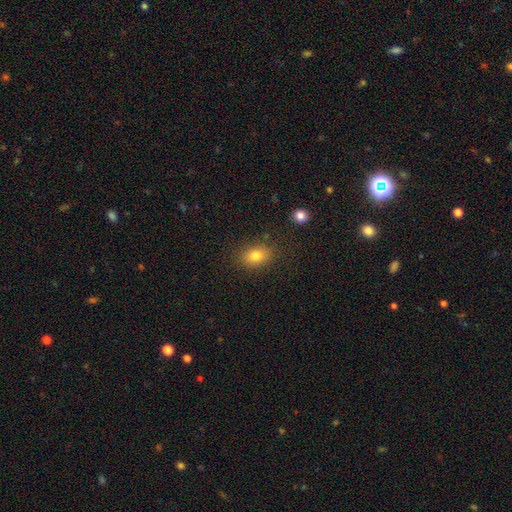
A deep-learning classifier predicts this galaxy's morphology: smooth-or-featured: smooth: 80% | star or artifact: 11% | featured or disk: 9%
  how-rounded: in between: 72% | round: 27% | cigar-shaped: 1%
  merging: none: 83% | minor disturbance: 11% | major disturbance: 3% | merger: 2%